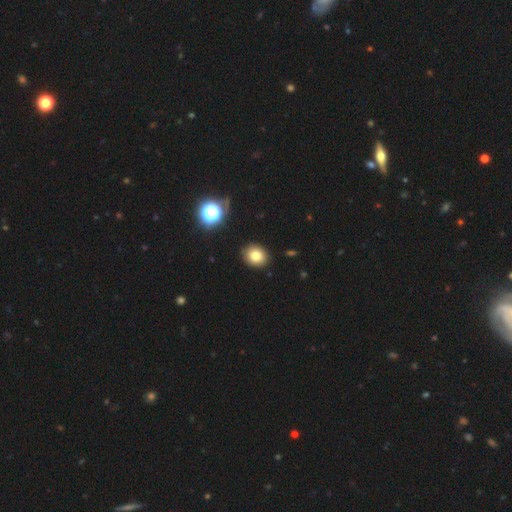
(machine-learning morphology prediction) The model was most divided on "how rounded": round: 62%, in between: 37%, cigar-shaped: 1%. More confident: merging — none (90%); smooth or featured — smooth (80%).